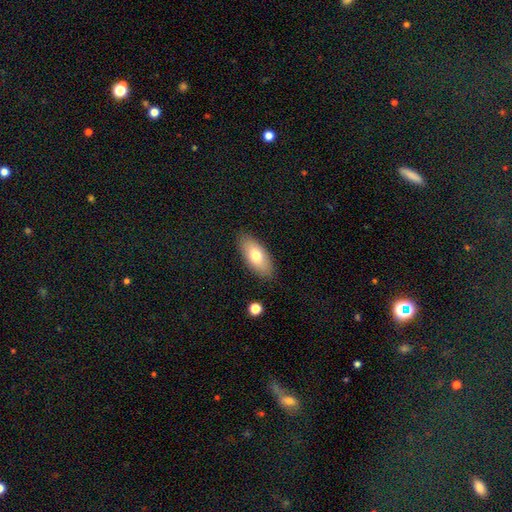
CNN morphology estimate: The model was most divided on "smooth or featured": smooth: 72%, featured or disk: 22%, star or artifact: 7%. More confident: how rounded — in between (88%); merging — none (87%).